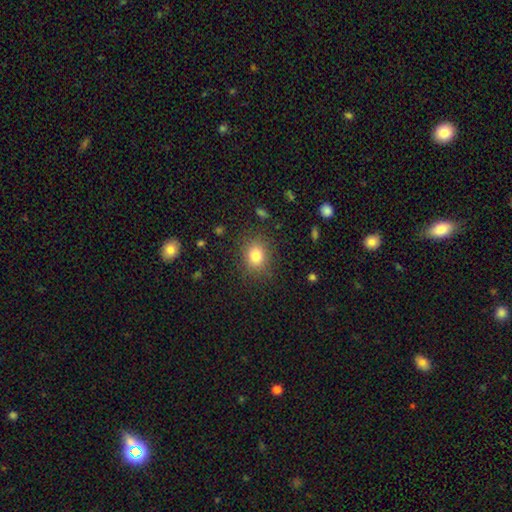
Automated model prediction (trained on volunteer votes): Smooth or featured: smooth — 80% (star or artifact — 12%)
How rounded: round — 61% (in between — 38%)
Merging: none — 85% (minor disturbance — 10%)